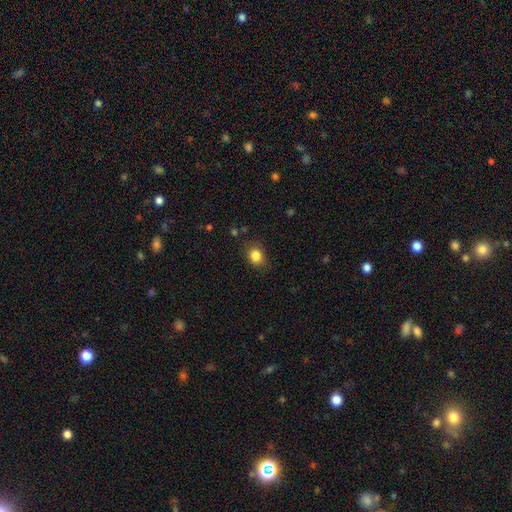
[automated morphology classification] smooth 84%, star or artifact 11%, featured or disk 5%. Down the decision tree: how rounded — round (55%); merging — none (82%).